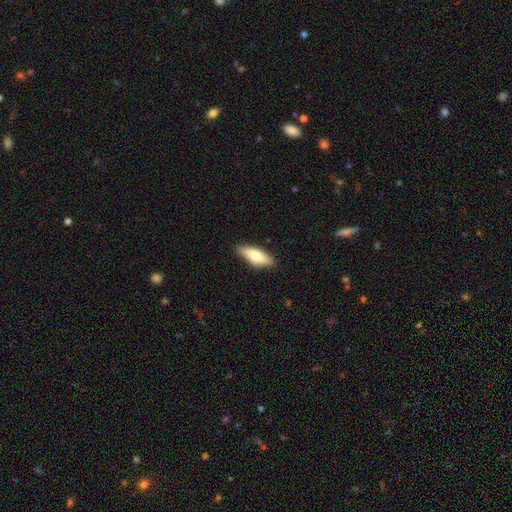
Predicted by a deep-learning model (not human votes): Overall: smooth (67%; featured or disk 27%). How rounded: in between (60%; cigar-shaped 38%). Merging: none (86%).